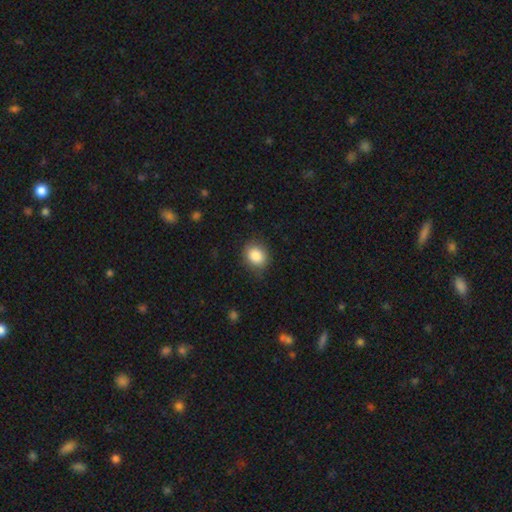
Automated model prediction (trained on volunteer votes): smooth_or_featured: smooth (p=0.86) [alt: star or artifact p=0.09]
how_rounded: round (p=0.59) [alt: in between p=0.40]
merging: none (p=0.81) [alt: minor disturbance p=0.15]